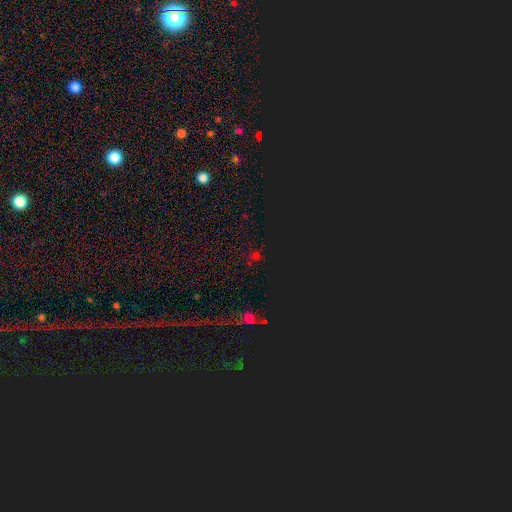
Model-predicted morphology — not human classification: Smooth or featured? Predicted: star or artifact (p=0.69).